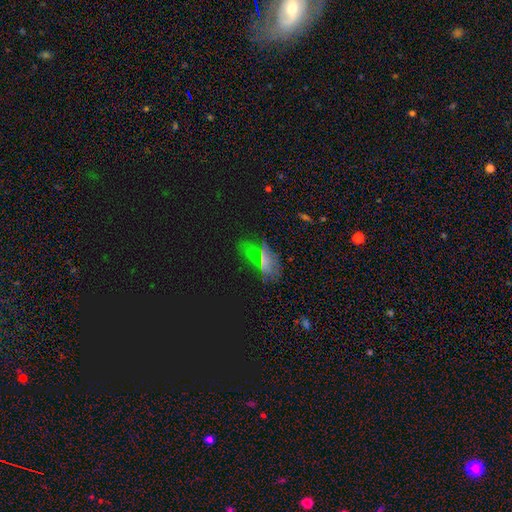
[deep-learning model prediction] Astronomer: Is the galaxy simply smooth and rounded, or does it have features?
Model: star or artifact — 48% (runner-up: smooth, 36%).